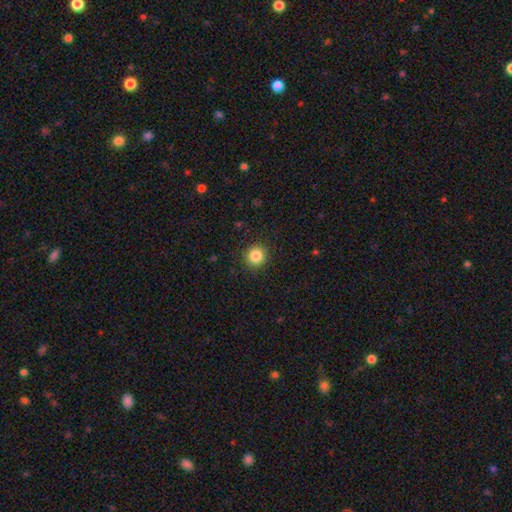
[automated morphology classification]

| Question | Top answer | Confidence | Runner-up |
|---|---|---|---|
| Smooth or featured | smooth | 85% | star or artifact (10%) |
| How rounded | round | 94% | in between (6%) |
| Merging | none | 91% | minor disturbance (6%) |